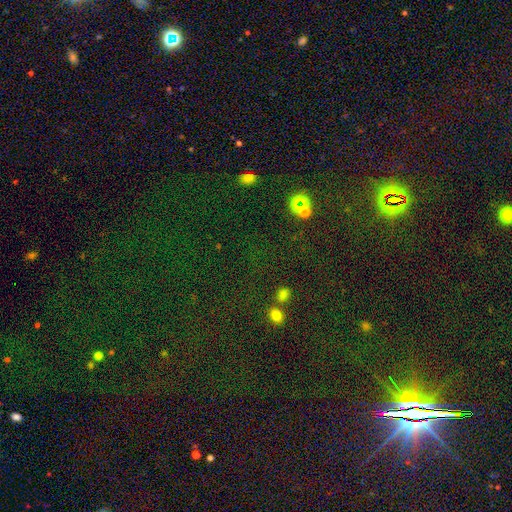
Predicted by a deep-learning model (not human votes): Q: Smooth or featured?
A: star or artifact (71%); runner-up: smooth (20%)